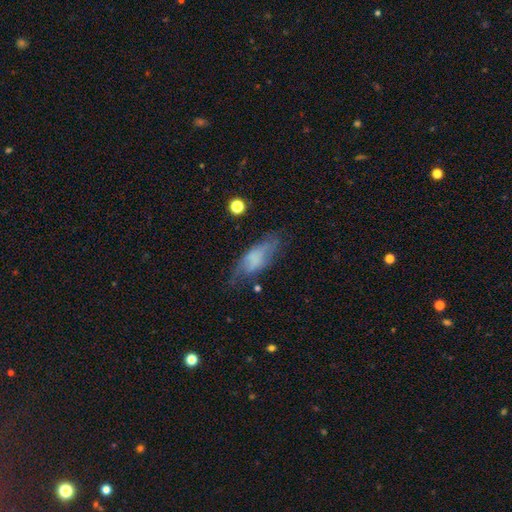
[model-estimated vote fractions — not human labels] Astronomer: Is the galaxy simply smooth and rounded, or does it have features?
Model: smooth — 51% (runner-up: featured or disk, 36%).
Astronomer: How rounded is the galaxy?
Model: in between — 62%.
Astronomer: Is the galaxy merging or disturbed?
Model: none — 63%.